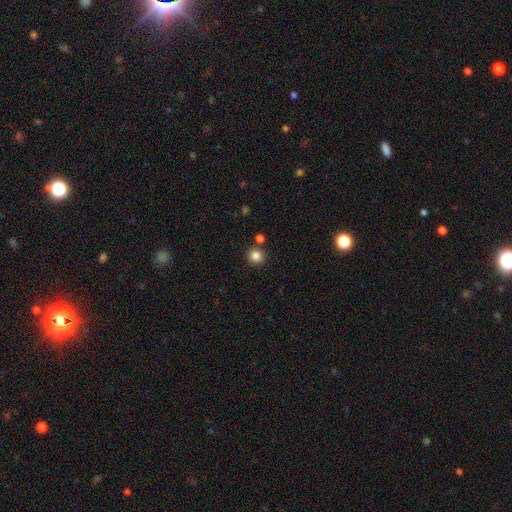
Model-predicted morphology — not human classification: smooth-or-featured: smooth: 84% | star or artifact: 11% | featured or disk: 5%
  how-rounded: round: 94% | in between: 5% | cigar-shaped: 1%
  merging: none: 84% | merger: 7% | minor disturbance: 7% | major disturbance: 2%